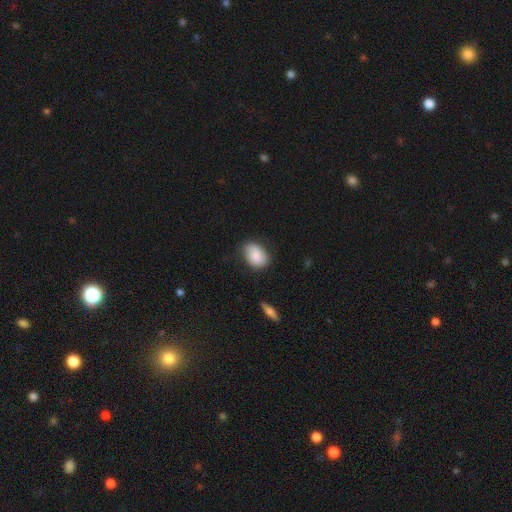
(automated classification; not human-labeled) A smooth galaxy with no disk features (81%) that is in between round and cigar-shaped (76%).

Vote fractions:
- Smooth or featured? smooth: 81% / featured or disk: 12% / star or artifact: 7%
- How rounded? in between: 76% / round: 23% / cigar-shaped: 1%
- Merging? none: 75% / minor disturbance: 20% / major disturbance: 4% / merger: 1%